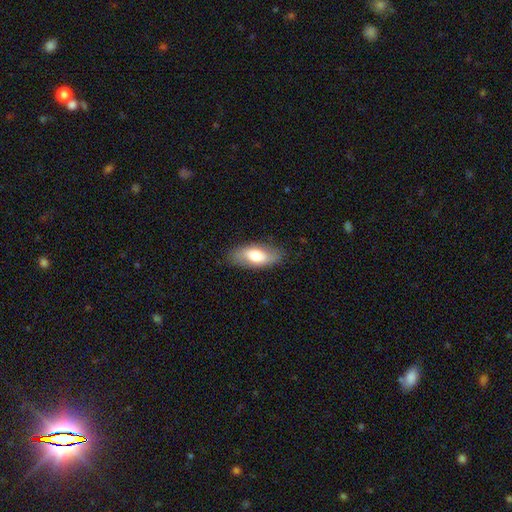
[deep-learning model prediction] Smooth or featured?
  - smooth: 67% *
  - featured or disk: 27%
  - star or artifact: 6%
How rounded?
  - in between: 85% *
  - cigar-shaped: 12%
  - round: 3%
Merging?
  - none: 82% *
  - minor disturbance: 14%
  - major disturbance: 3%
  - merger: 1%